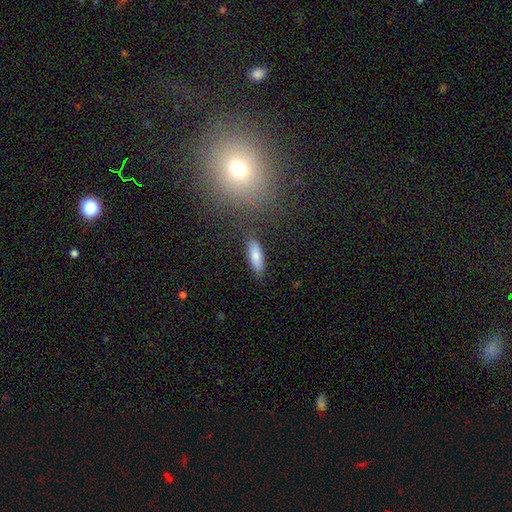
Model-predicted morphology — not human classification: Smooth or featured? Predicted: smooth (p=0.78). How rounded? Predicted: in between (p=0.52). Merging? Predicted: none (p=0.83).